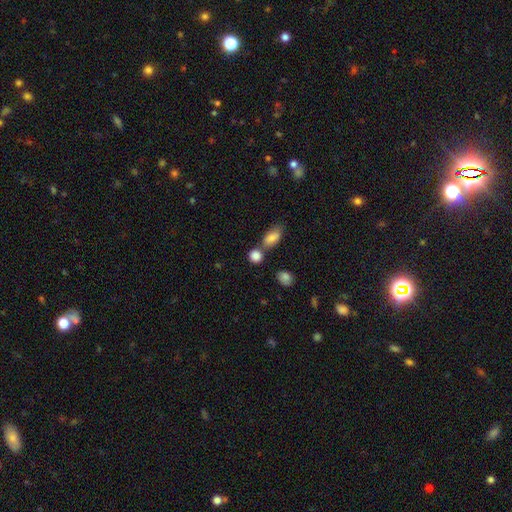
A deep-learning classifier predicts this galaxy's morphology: smooth_or_featured: smooth (p=0.85) [alt: star or artifact p=0.09]
how_rounded: round (p=0.67) [alt: in between p=0.30]
merging: none (p=0.58) [alt: merger p=0.26]